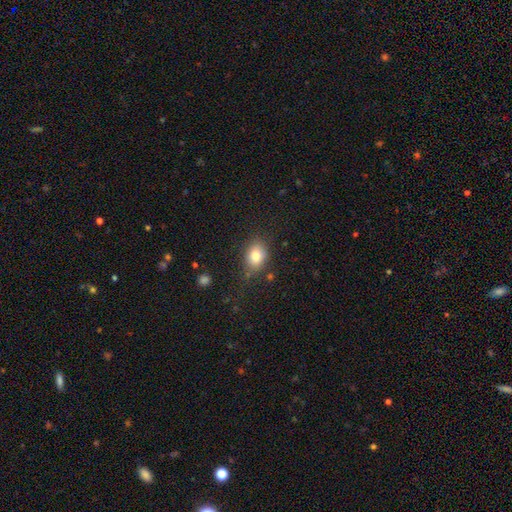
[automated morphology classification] Smooth or featured: smooth — 79% (featured or disk — 10%)
How rounded: in between — 61% (round — 38%)
Merging: none — 75% (minor disturbance — 17%)